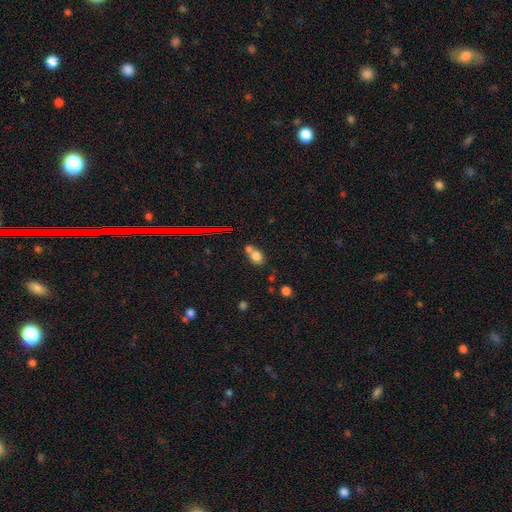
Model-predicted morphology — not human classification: This appears to be a smooth galaxy with no disk features (76%) that is in between round and cigar-shaped (53%). Merging: merger (44%).